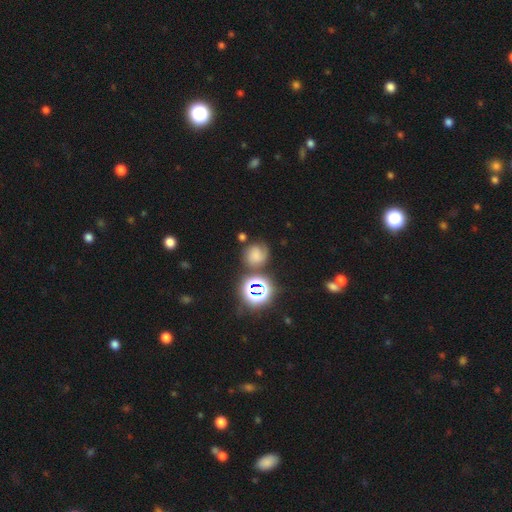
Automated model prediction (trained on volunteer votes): This is possibly a smooth galaxy (47%). Merging: possibly none (57%).